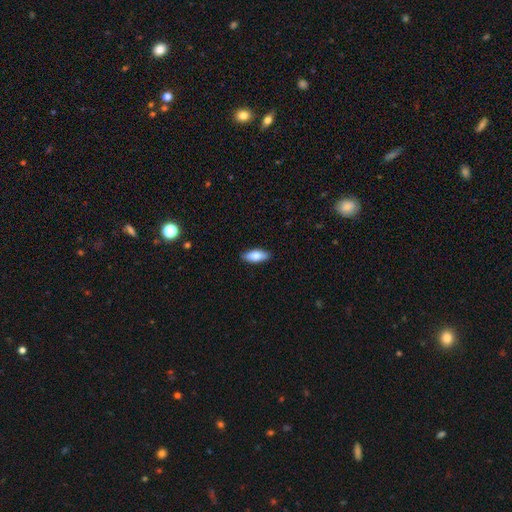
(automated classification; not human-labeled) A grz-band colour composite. It shows a smooth galaxy with no disk features (80%) that is in between round and cigar-shaped (81%). Merging: none (88%).